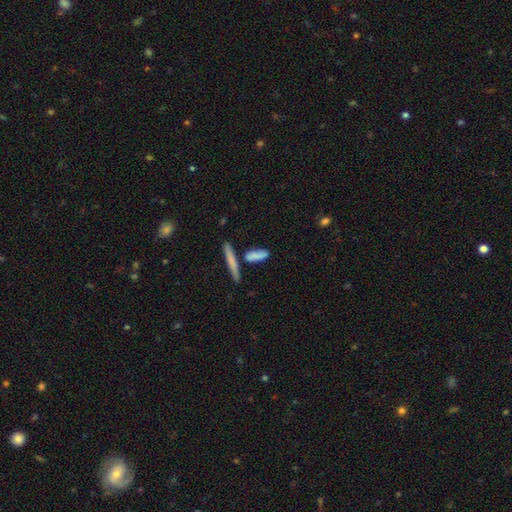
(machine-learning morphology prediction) The model was most divided on "how rounded": cigar-shaped: 61%, in between: 35%, round: 3%. More confident: smooth or featured — smooth (74%); merging — none (59%).